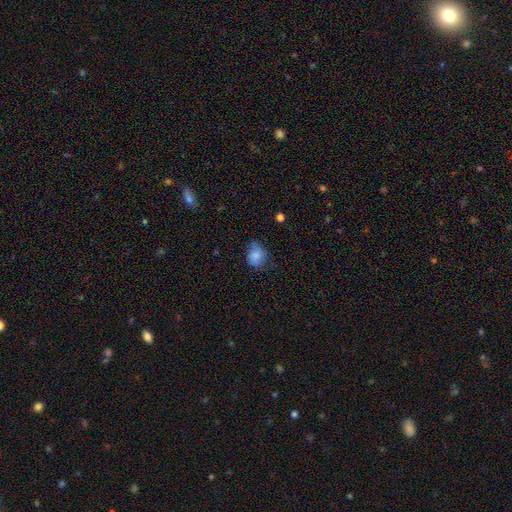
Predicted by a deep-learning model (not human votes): This is clearly a smooth galaxy (82%). How rounded: possibly round (57%). Merging: likely none (60%).